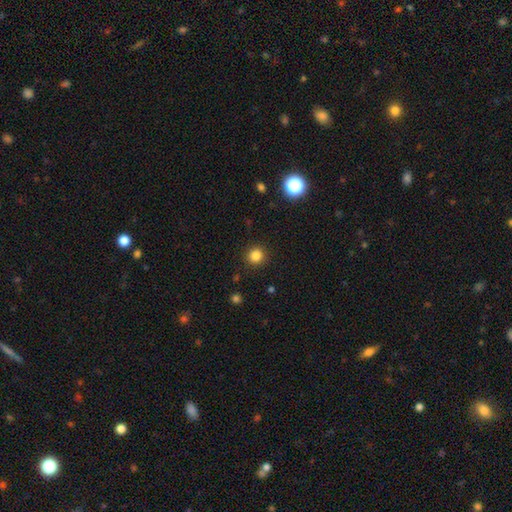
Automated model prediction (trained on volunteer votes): smooth-or-featured: smooth: 84% | star or artifact: 12% | featured or disk: 4%
  how-rounded: round: 92% | in between: 7% | cigar-shaped: 1%
  merging: none: 91% | minor disturbance: 6% | major disturbance: 2% | merger: 1%